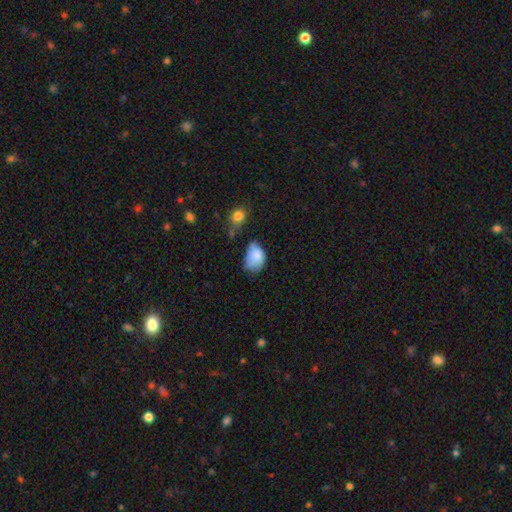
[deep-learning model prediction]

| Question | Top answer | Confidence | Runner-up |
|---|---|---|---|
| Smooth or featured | smooth | 81% | featured or disk (11%) |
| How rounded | in between | 82% | round (17%) |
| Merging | minor disturbance | 43% | none (32%) |